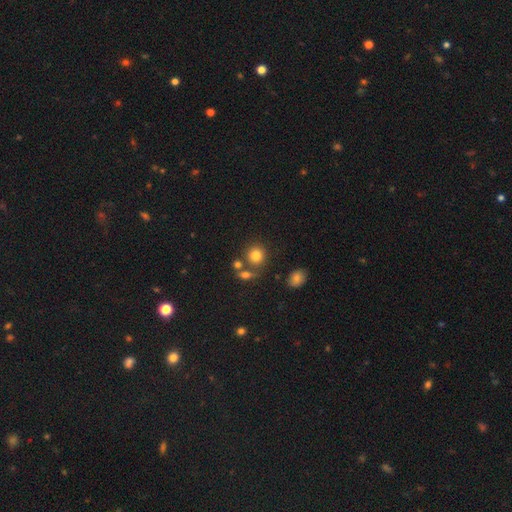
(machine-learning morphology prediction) Smooth or featured?
  - smooth: 79% *
  - star or artifact: 13%
  - featured or disk: 8%
How rounded?
  - round: 87% *
  - in between: 12%
  - cigar-shaped: 1%
Merging?
  - none: 67% *
  - merger: 18%
  - minor disturbance: 10%
  - major disturbance: 5%